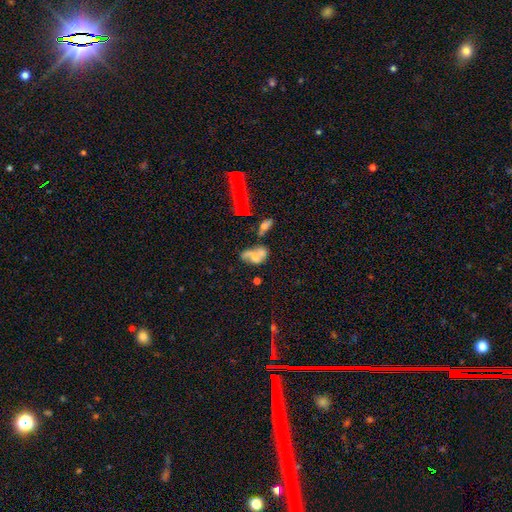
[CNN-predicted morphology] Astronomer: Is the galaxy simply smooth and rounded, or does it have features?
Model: featured or disk — 45% (runner-up: smooth, 43%).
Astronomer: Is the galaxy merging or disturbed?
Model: merger — 51%.